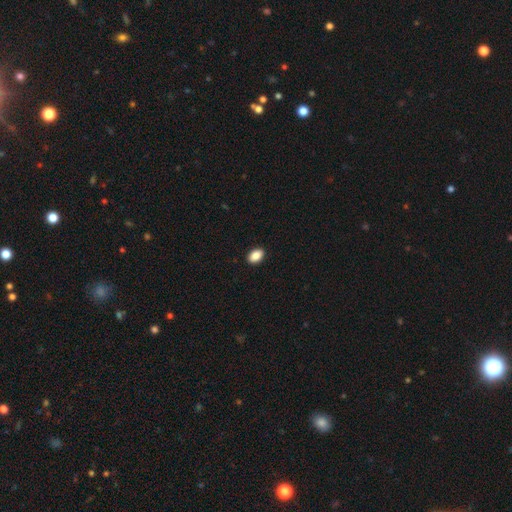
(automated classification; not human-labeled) A smooth galaxy with no disk features (89%) that is in between round and cigar-shaped (88%). Merging: none (91%).